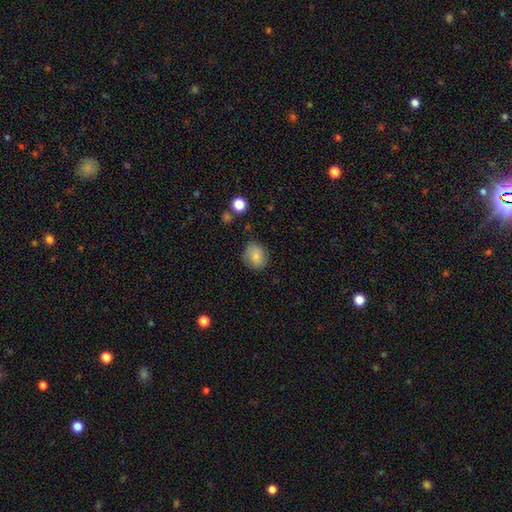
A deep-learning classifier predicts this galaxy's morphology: smooth 83%, star or artifact 9%, featured or disk 8%. Down the decision tree: how rounded — round (59%); merging — none (77%).